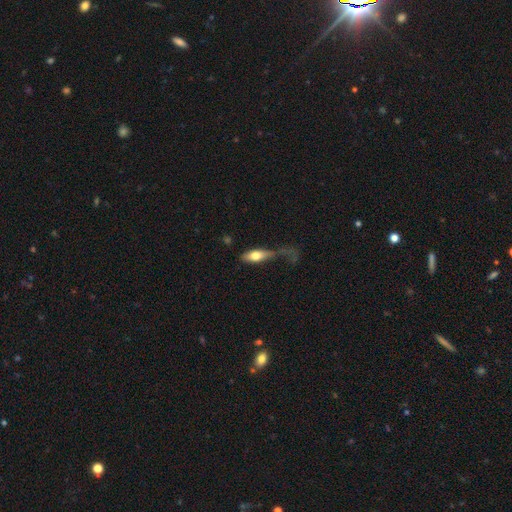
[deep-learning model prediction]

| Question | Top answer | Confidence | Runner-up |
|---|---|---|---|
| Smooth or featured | smooth | 66% | featured or disk (28%) |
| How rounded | in between | 67% | cigar-shaped (28%) |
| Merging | major disturbance | 46% | none (25%) |